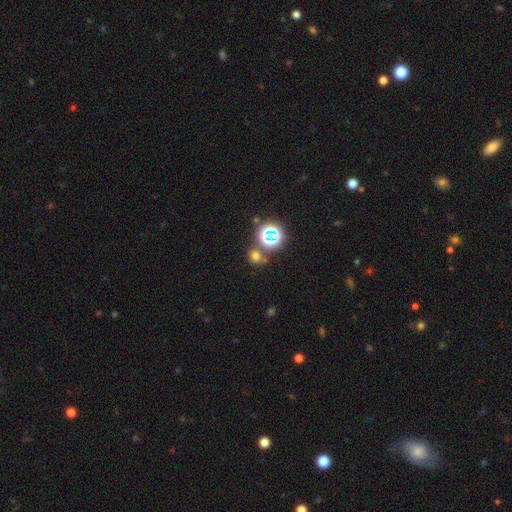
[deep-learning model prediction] A smooth galaxy with no disk features (59%) that is round (79%).

Vote fractions:
- Smooth or featured? smooth: 59% / star or artifact: 34% / featured or disk: 7%
- How rounded? round: 79% / in between: 20% / cigar-shaped: 1%
- Merging? none: 69% / merger: 16% / minor disturbance: 10% / major disturbance: 4%